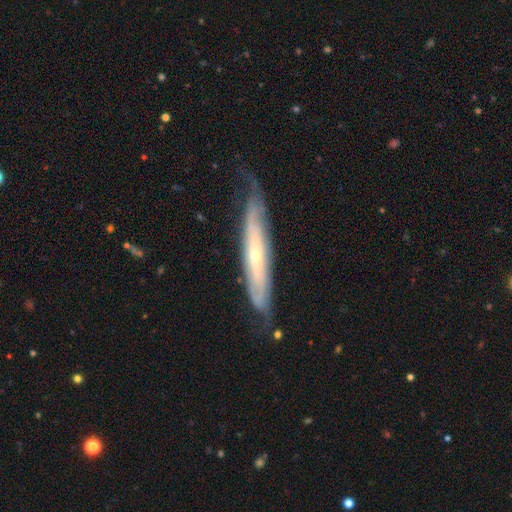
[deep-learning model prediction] Overall: featured or disk (72%). Edge-on disk: yes (58%; no 42%). Merging: none (64%; minor disturbance 25%).